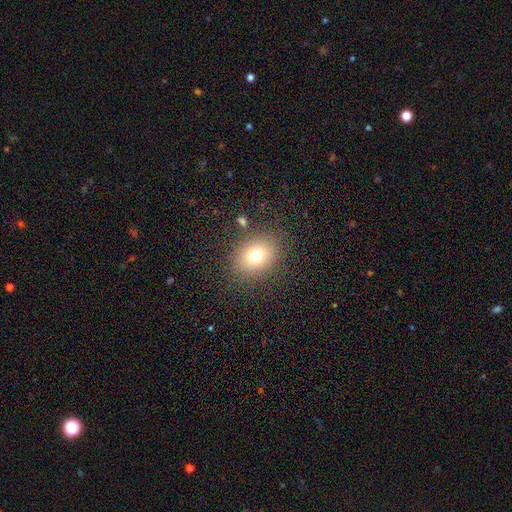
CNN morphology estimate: Q: Smooth or featured?
A: smooth (74%); runner-up: star or artifact (15%)
Q: How rounded?
A: round (58%); runner-up: in between (42%)
Q: Merging?
A: none (84%); runner-up: minor disturbance (9%)